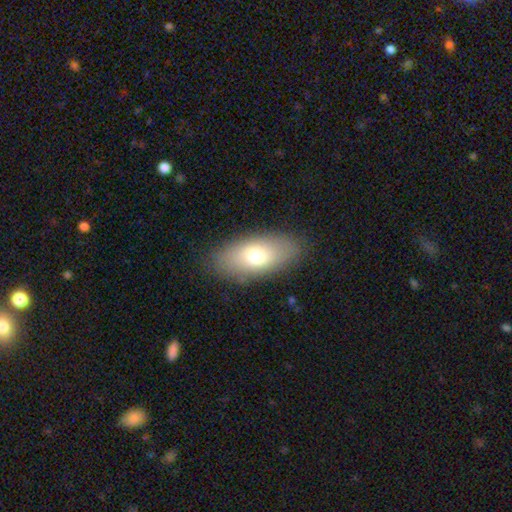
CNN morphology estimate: This is likely a smooth galaxy (72%). How rounded: clearly in between (88%). Merging: clearly none (85%).